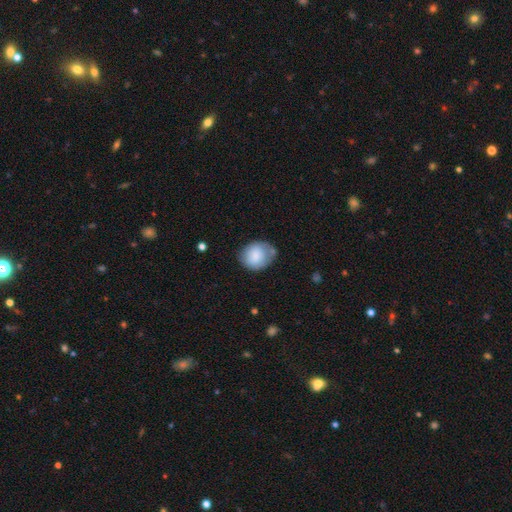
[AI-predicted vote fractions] The model was most divided on "how rounded": round: 57%, in between: 42%, cigar-shaped: 1%. More confident: smooth or featured — smooth (79%); merging — none (55%).